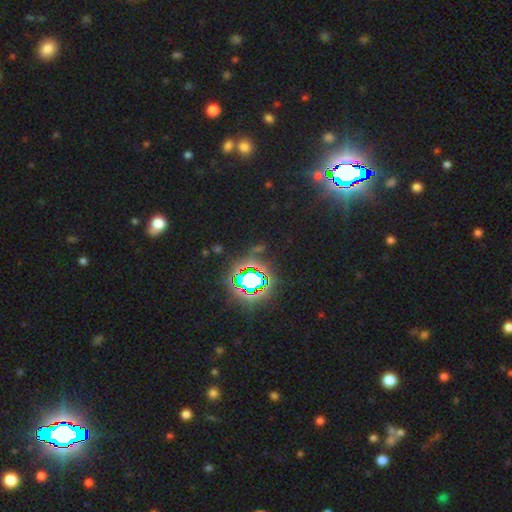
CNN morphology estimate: Smooth or featured?
  - star or artifact: 82% *
  - smooth: 10%
  - featured or disk: 7%